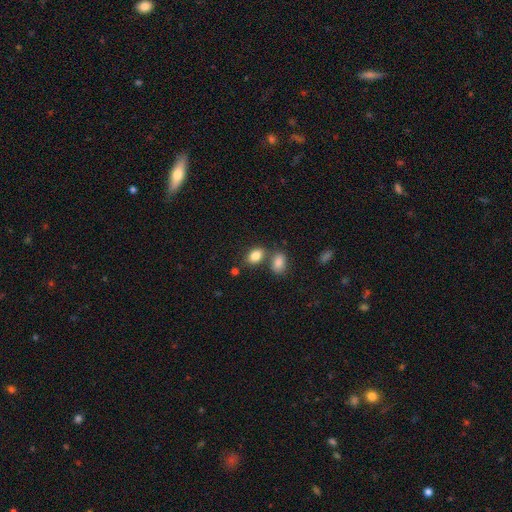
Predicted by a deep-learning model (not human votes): Smooth or featured? Predicted: smooth (p=0.85). How rounded? Predicted: in between (p=0.85). Merging? Predicted: none (p=0.60).